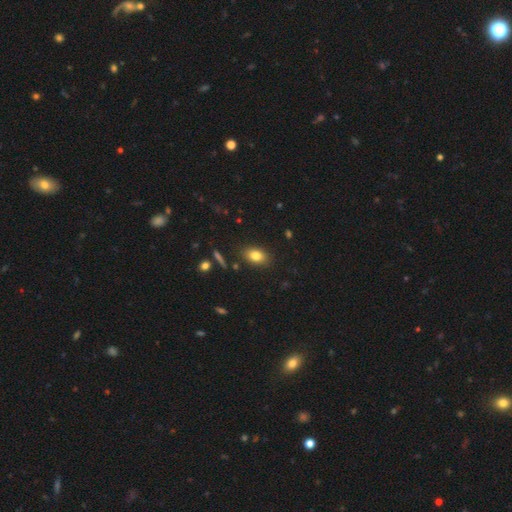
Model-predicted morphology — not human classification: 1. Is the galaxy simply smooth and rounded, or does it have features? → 81% smooth, 10% star or artifact, 9% featured or disk.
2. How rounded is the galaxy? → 81% in between, 16% round, 2% cigar-shaped.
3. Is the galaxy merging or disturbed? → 85% none, 10% minor disturbance, 3% major disturbance, 2% merger.